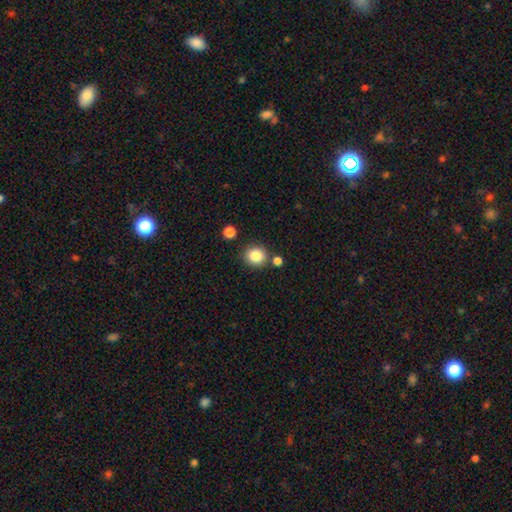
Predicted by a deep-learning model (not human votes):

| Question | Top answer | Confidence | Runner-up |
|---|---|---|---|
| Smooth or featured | smooth | 86% | star or artifact (10%) |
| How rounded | round | 81% | in between (18%) |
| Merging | none | 81% | minor disturbance (9%) |